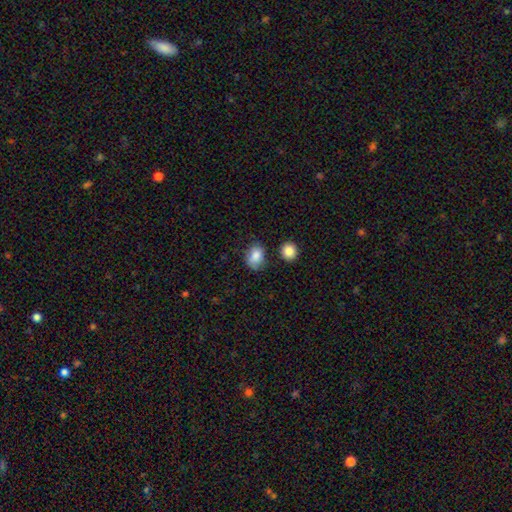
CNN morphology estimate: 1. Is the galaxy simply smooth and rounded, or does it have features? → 84% smooth, 8% star or artifact, 7% featured or disk.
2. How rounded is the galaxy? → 69% in between, 30% round, 1% cigar-shaped.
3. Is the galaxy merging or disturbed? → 65% none, 24% minor disturbance, 6% major disturbance, 5% merger.